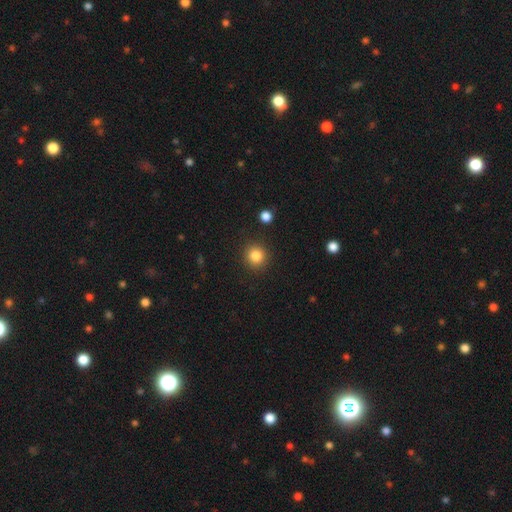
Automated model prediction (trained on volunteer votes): This is clearly a smooth galaxy (84%). How rounded: clearly round (92%). Merging: clearly none (90%).